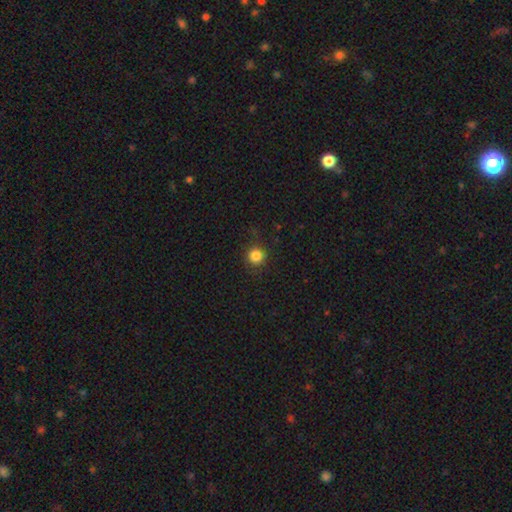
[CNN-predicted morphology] Smooth or featured?
  - smooth: 84% *
  - star or artifact: 12%
  - featured or disk: 4%
How rounded?
  - round: 94% *
  - in between: 5%
  - cigar-shaped: 1%
Merging?
  - none: 86% *
  - minor disturbance: 9%
  - major disturbance: 3%
  - merger: 1%